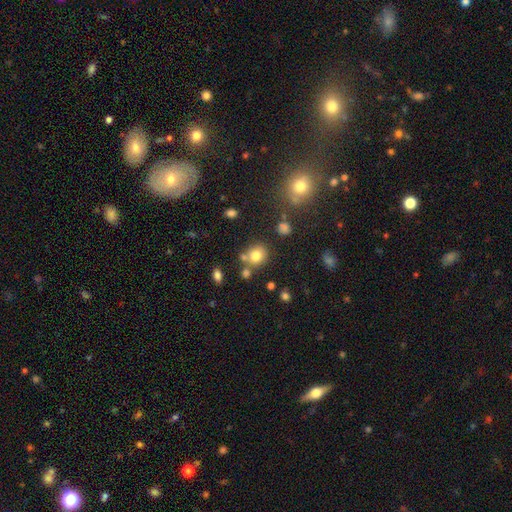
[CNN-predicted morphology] A smooth galaxy with no disk features (77%) that is round (74%). Merging: none (66%).